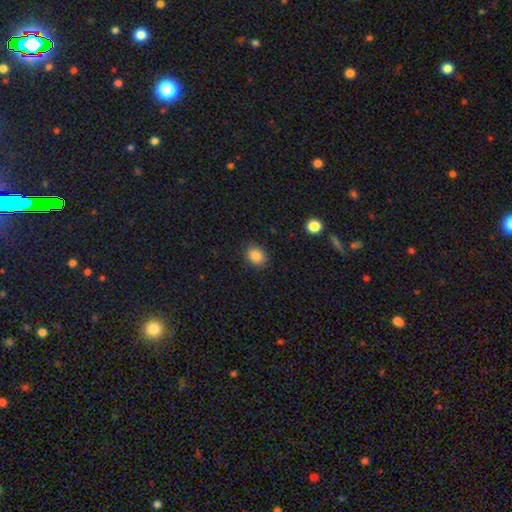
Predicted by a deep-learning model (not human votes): Smooth or featured? Predicted: smooth (p=0.87). How rounded? Predicted: round (p=0.54). Merging? Predicted: none (p=0.87).